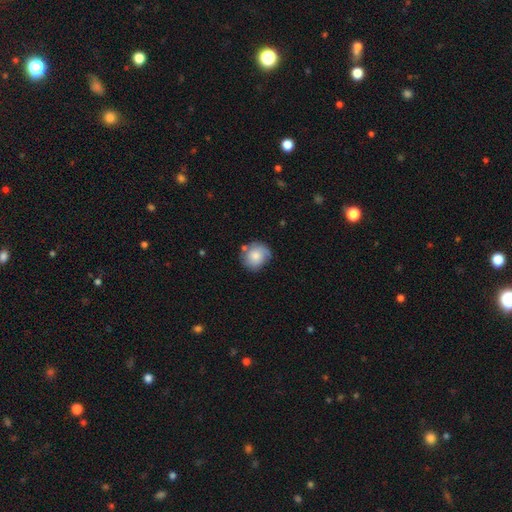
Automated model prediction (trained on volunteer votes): A smooth galaxy with no disk features (69%) that is round (83%).

Vote fractions:
- Smooth or featured? smooth: 69% / featured or disk: 24% / star or artifact: 8%
- How rounded? round: 83% / in between: 16% / cigar-shaped: 1%
- Merging? none: 63% / minor disturbance: 24% / major disturbance: 7% / merger: 6%